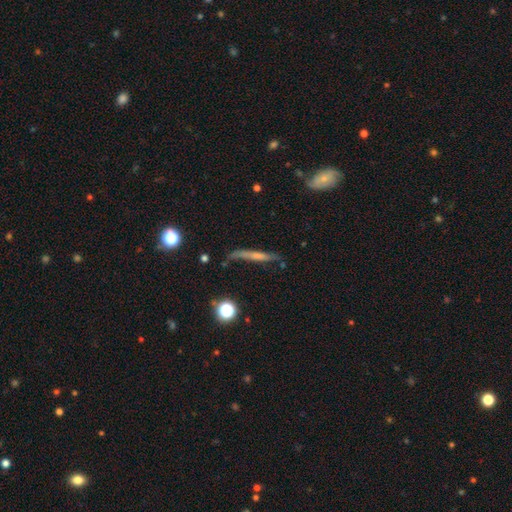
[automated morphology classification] A smooth galaxy with no disk features (46%). Merging: none (60%).